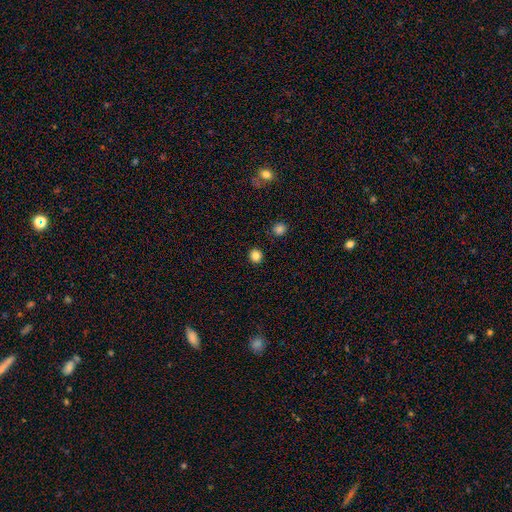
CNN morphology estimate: Smooth or featured? Predicted: smooth (p=0.83). How rounded? Predicted: round (p=0.92). Merging? Predicted: none (p=0.92).